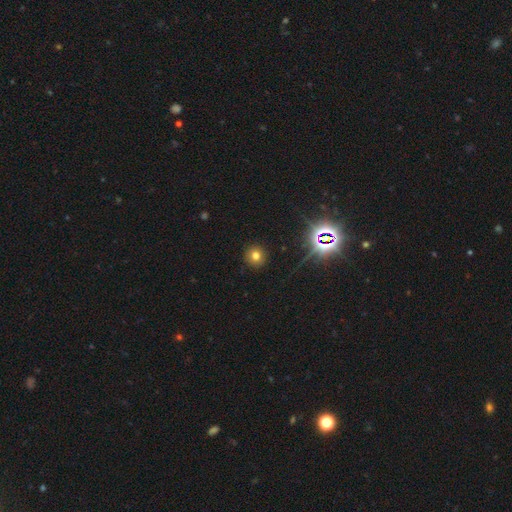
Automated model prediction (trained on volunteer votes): Morphology: type=smooth (71%); roundness=round (93%); merging=none (91%).